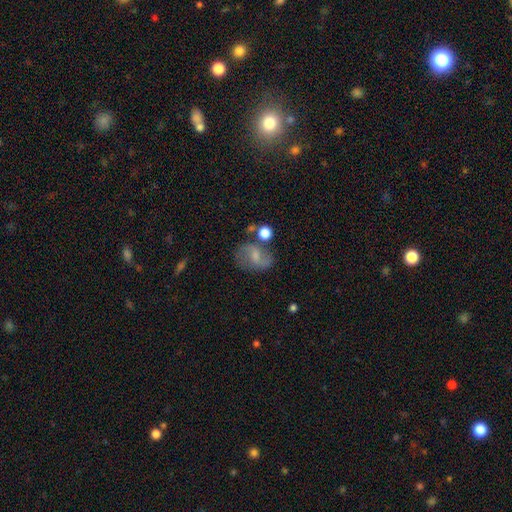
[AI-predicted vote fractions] featured or disk 51%, smooth 39%, star or artifact 10%. Down the decision tree: edge-on disk — no (96%); merging — none (60%).